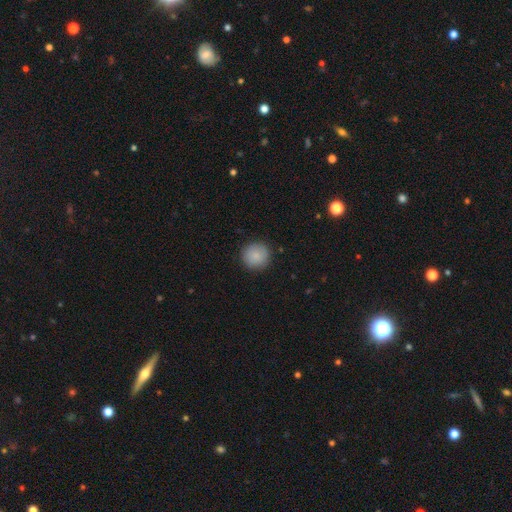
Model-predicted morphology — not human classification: Smooth or featured? smooth (88%)
How rounded? round (94%)
Merging? none (90%)